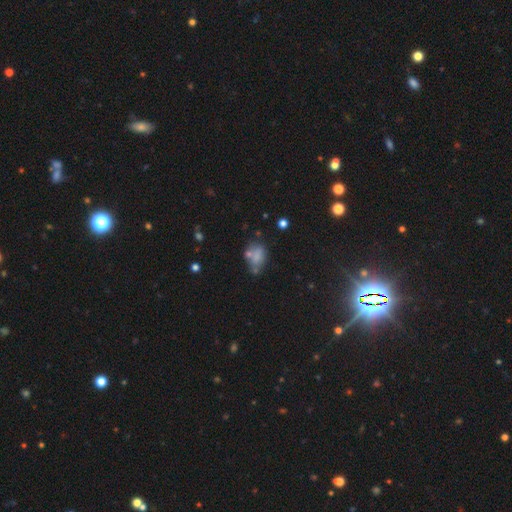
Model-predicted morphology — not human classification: Smooth or featured? Predicted: smooth (p=0.63). How rounded? Predicted: in between (p=0.80). Merging? Predicted: none (p=0.37).